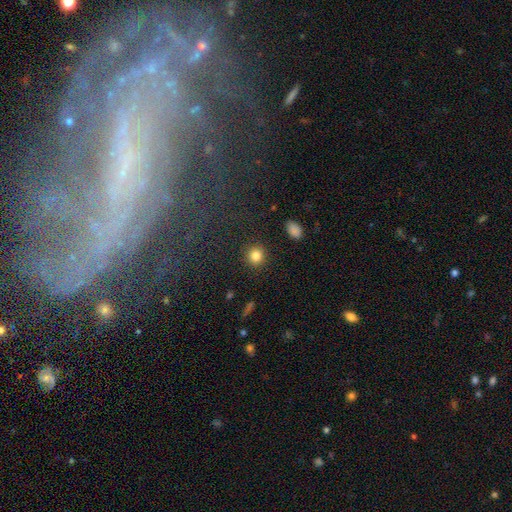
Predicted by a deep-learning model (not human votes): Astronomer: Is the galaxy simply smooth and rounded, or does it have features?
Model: smooth — 83%.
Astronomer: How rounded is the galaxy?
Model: round — 90%.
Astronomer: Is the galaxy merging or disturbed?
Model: none — 91%.